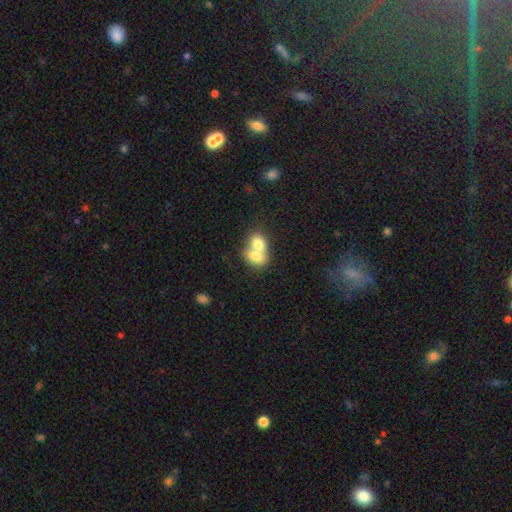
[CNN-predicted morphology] A smooth galaxy with no disk features (73%) that is in between round and cigar-shaped (58%). Merging: merger (78%).